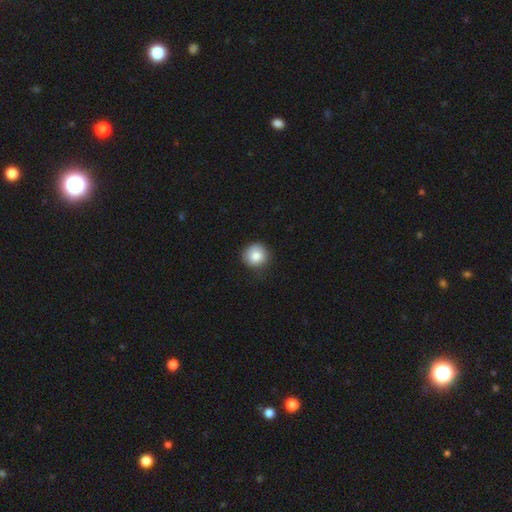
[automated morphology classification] This appears to be a smooth galaxy with no disk features (83%) that is round (91%). Merging: none (78%).